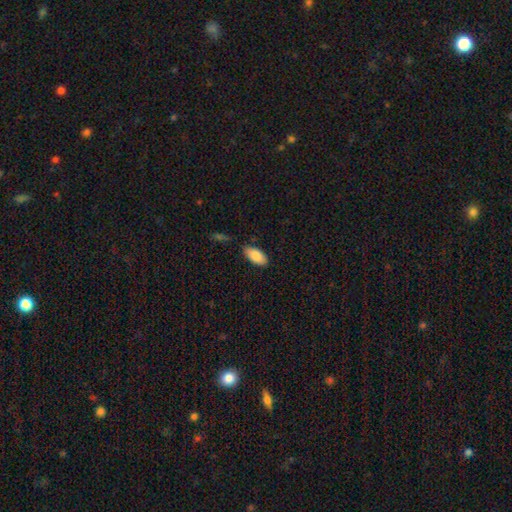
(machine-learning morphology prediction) type=smooth (84%); roundness=in between (90%); merging=none (80%).